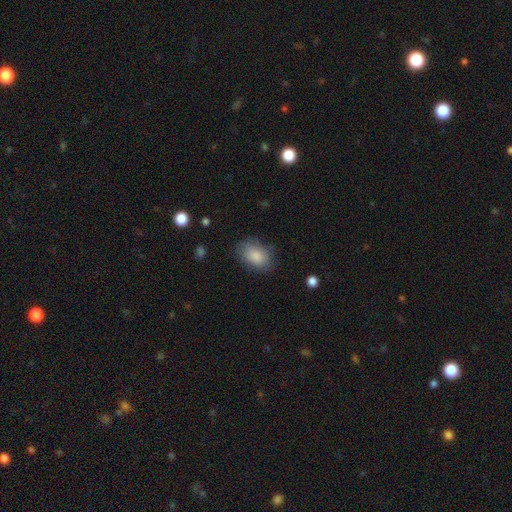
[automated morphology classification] type=smooth (87%); roundness=in between (85%); merging=none (76%).